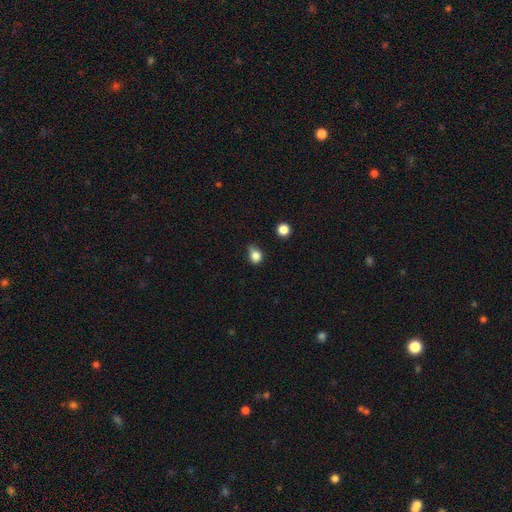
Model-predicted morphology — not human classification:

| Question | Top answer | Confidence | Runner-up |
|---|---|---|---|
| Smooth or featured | smooth | 82% | star or artifact (11%) |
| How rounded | round | 58% | in between (40%) |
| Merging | none | 44% | minor disturbance (41%) |